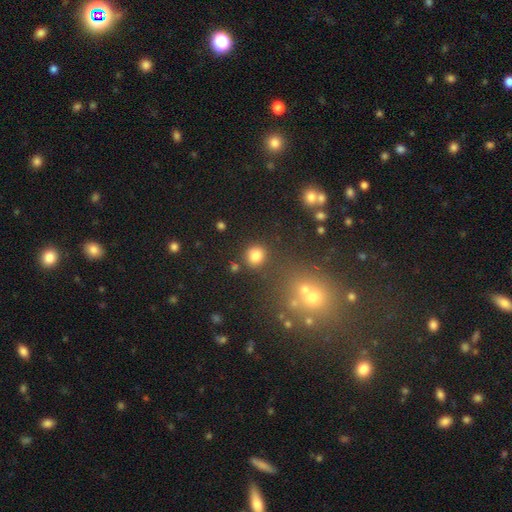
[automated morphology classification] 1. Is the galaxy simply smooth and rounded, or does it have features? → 81% smooth, 13% star or artifact, 6% featured or disk.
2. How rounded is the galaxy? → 81% round, 18% in between, 1% cigar-shaped.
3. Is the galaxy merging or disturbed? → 82% none, 9% minor disturbance, 5% merger, 3% major disturbance.